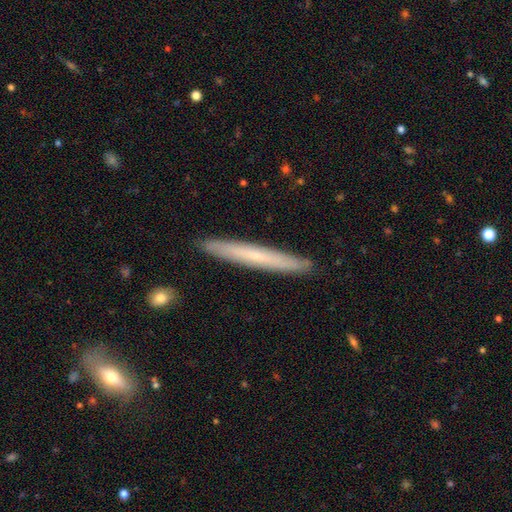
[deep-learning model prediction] Q: Smooth or featured?
A: smooth (54%); runner-up: featured or disk (40%)
Q: How rounded?
A: cigar-shaped (97%); runner-up: in between (2%)
Q: Merging?
A: none (91%); runner-up: minor disturbance (6%)